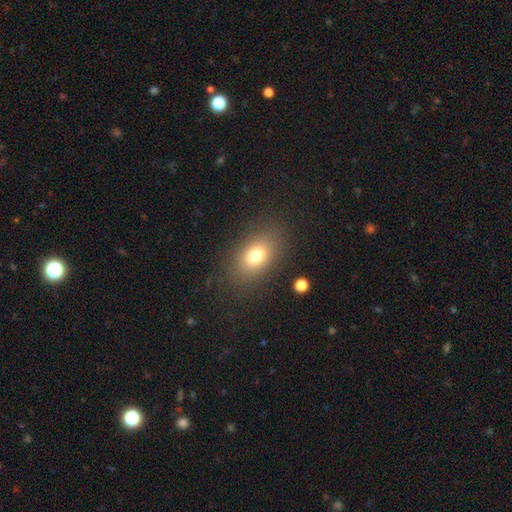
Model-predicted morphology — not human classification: Smooth or featured?
  - smooth: 74% *
  - featured or disk: 13%
  - star or artifact: 12%
How rounded?
  - in between: 81% *
  - round: 17%
  - cigar-shaped: 2%
Merging?
  - none: 84% *
  - minor disturbance: 9%
  - major disturbance: 5%
  - merger: 1%